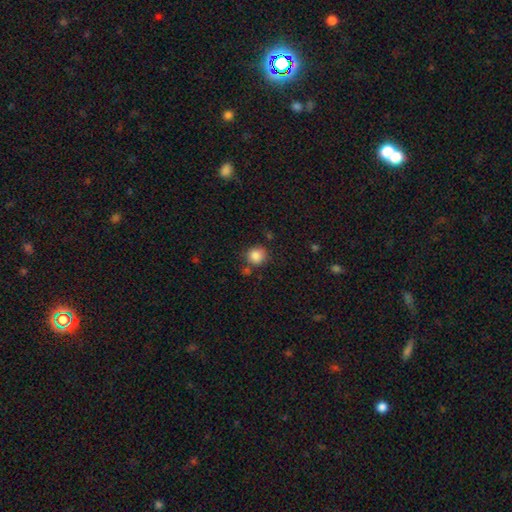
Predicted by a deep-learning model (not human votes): This appears to be a smooth galaxy with no disk features (86%) that is round (84%). Merging: none (73%).